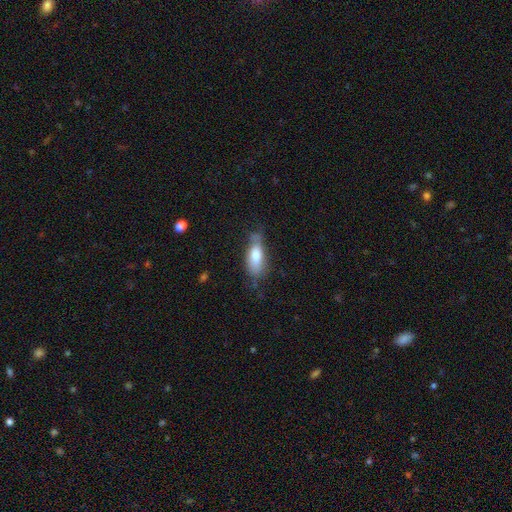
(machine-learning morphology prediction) Smooth or featured?
  - smooth: 73% *
  - featured or disk: 20%
  - star or artifact: 7%
How rounded?
  - in between: 74% *
  - cigar-shaped: 23%
  - round: 3%
Merging?
  - none: 52% *
  - minor disturbance: 33%
  - major disturbance: 12%
  - merger: 3%